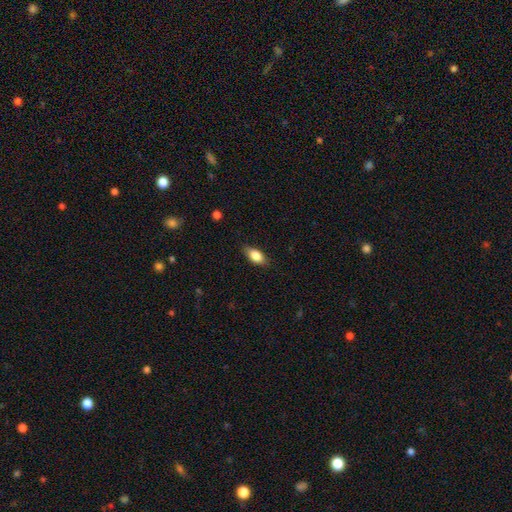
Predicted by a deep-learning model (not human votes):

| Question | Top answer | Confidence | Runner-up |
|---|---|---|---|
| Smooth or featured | smooth | 82% | featured or disk (11%) |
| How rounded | in between | 87% | cigar-shaped (8%) |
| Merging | none | 81% | minor disturbance (15%) |